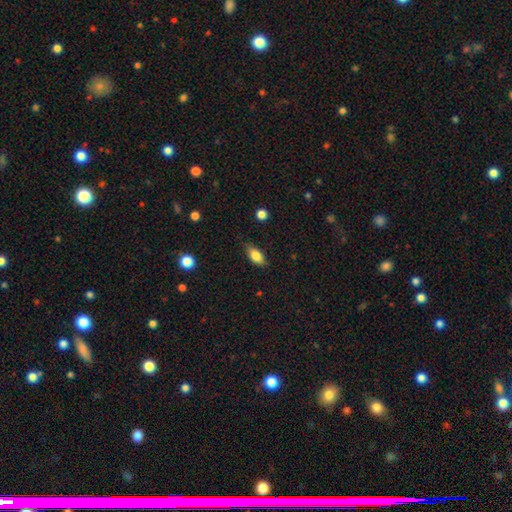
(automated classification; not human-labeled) Overall: smooth (81%). How rounded: in between (87%). Merging: none (78%).